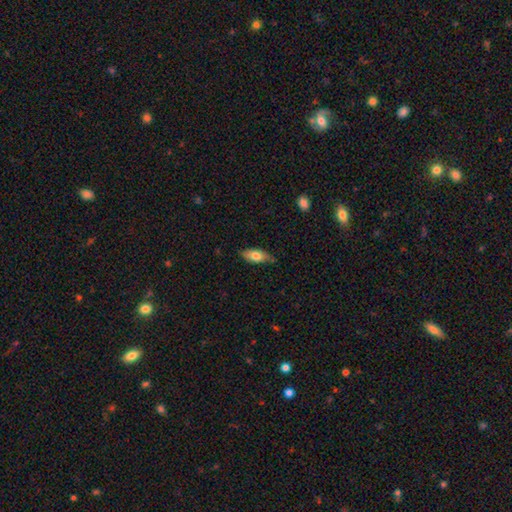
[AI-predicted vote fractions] smooth_or_featured: smooth (p=0.74) [alt: featured or disk p=0.19]
how_rounded: in between (p=0.83) [alt: cigar-shaped p=0.14]
merging: none (p=0.73) [alt: minor disturbance p=0.22]